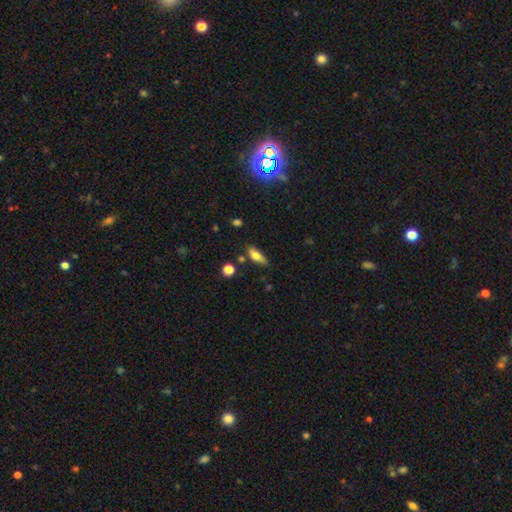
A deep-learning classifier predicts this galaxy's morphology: The model was most divided on "how rounded": in between: 66%, cigar-shaped: 31%, round: 4%. More confident: smooth or featured — smooth (70%); merging — none (70%).